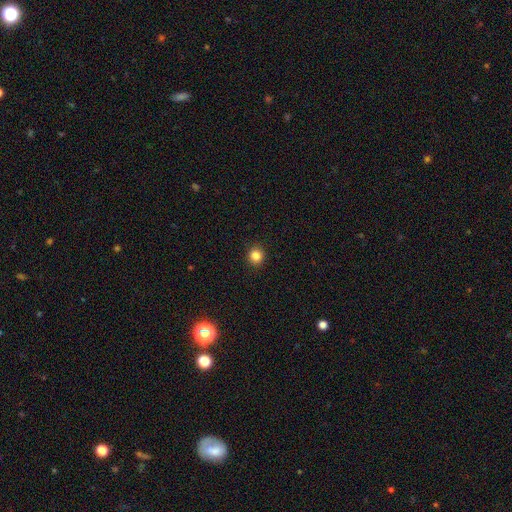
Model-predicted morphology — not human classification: A smooth galaxy with no disk features (84%) that is round (89%). Merging: none (92%).